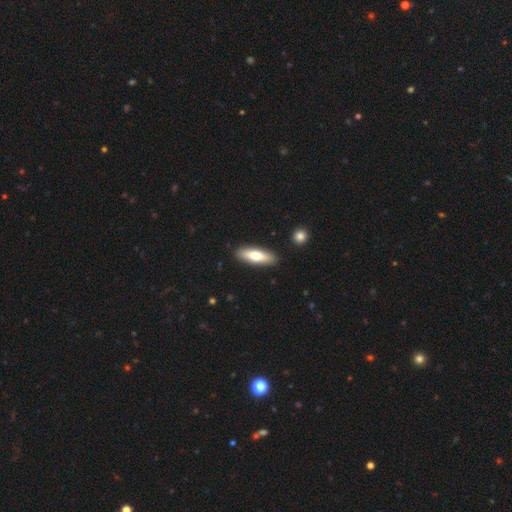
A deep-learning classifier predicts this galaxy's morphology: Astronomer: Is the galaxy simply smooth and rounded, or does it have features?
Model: smooth — 65%.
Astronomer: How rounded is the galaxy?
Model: cigar-shaped — 52% (runner-up: in between, 46%).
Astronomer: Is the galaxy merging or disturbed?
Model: none — 89%.